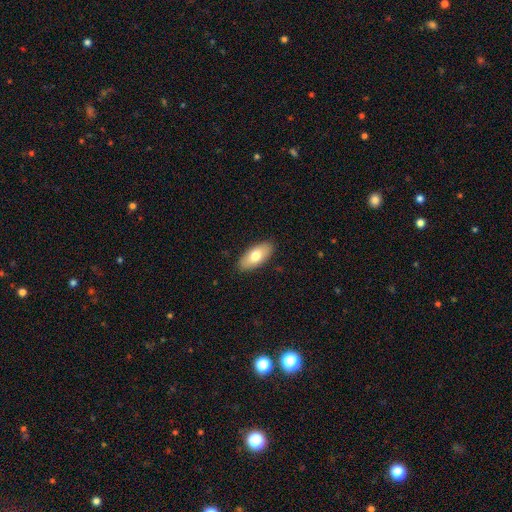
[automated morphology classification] Smooth or featured: smooth — 74% (featured or disk — 20%)
How rounded: in between — 88% (cigar-shaped — 9%)
Merging: none — 88% (minor disturbance — 9%)